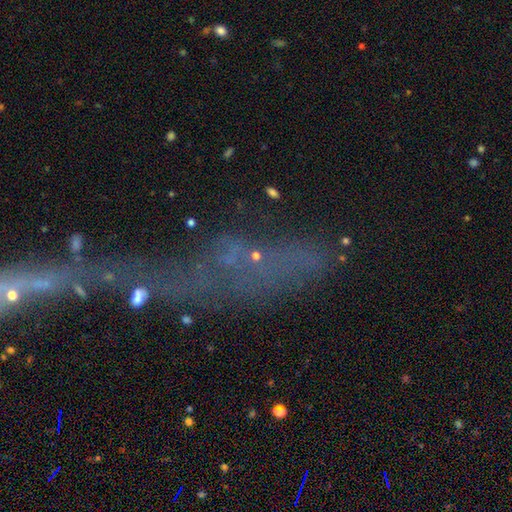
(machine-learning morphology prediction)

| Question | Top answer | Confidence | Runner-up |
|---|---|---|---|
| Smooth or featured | star or artifact | 37% | smooth (32%) |